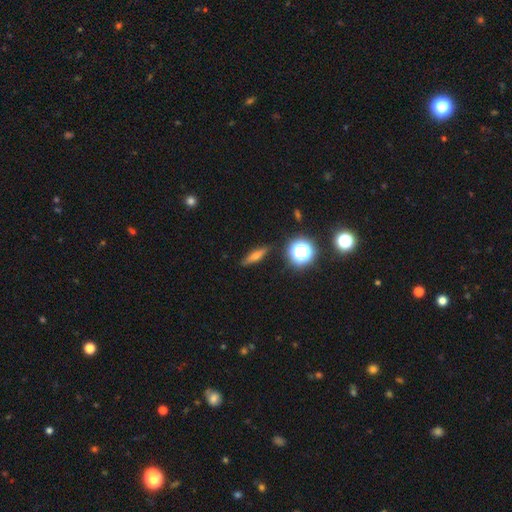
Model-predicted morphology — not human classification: Q: Smooth or featured?
A: smooth (47%); runner-up: featured or disk (36%)
Q: Merging?
A: none (88%); runner-up: minor disturbance (8%)